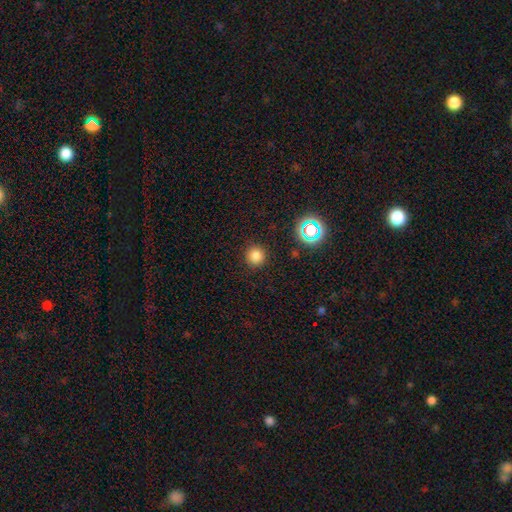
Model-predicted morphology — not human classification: A smooth galaxy with no disk features (79%) that is round (94%).

Vote fractions:
- Smooth or featured? smooth: 79% / star or artifact: 17% / featured or disk: 5%
- How rounded? round: 94% / in between: 5% / cigar-shaped: 1%
- Merging? none: 89% / minor disturbance: 7% / major disturbance: 3% / merger: 1%